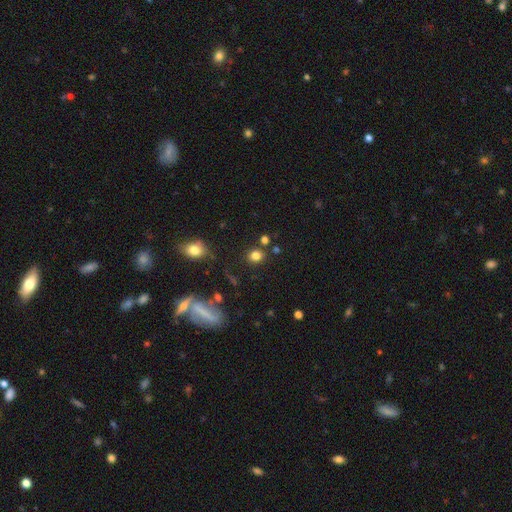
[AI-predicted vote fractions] smooth 80%, star or artifact 14%, featured or disk 6%. Down the decision tree: how rounded — round (75%); merging — none (81%).